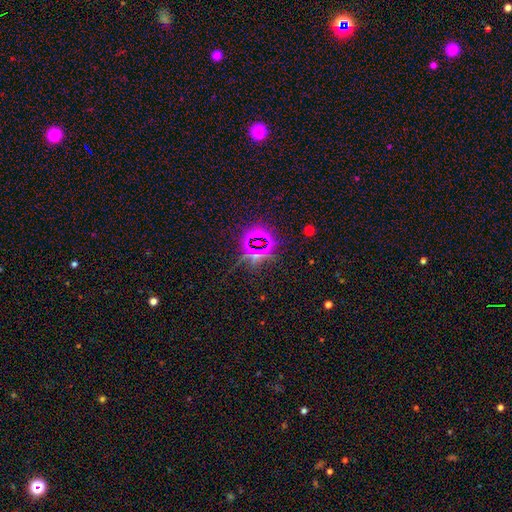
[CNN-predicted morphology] Q: Smooth or featured?
A: star or artifact (78%); runner-up: smooth (13%)